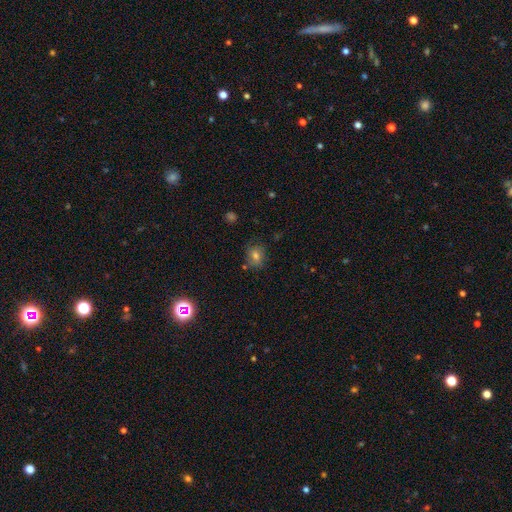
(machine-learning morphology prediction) The model was most divided on "how rounded": round: 57%, in between: 41%, cigar-shaped: 1%. More confident: merging — none (73%); smooth or featured — smooth (66%).